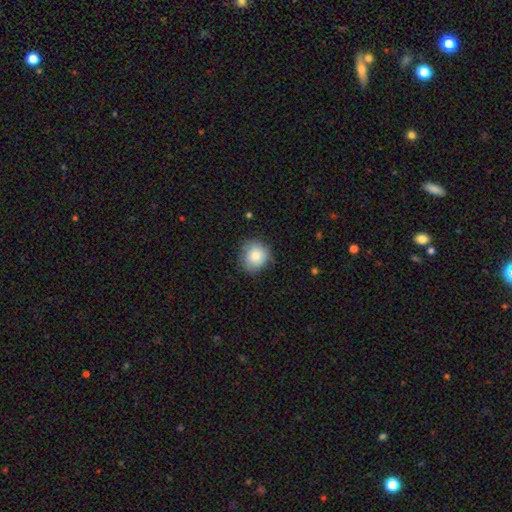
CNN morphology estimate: smooth-or-featured: smooth: 80% | featured or disk: 11% | star or artifact: 8%
  how-rounded: round: 85% | in between: 14% | cigar-shaped: 1%
  merging: none: 78% | minor disturbance: 17% | major disturbance: 4% | merger: 1%